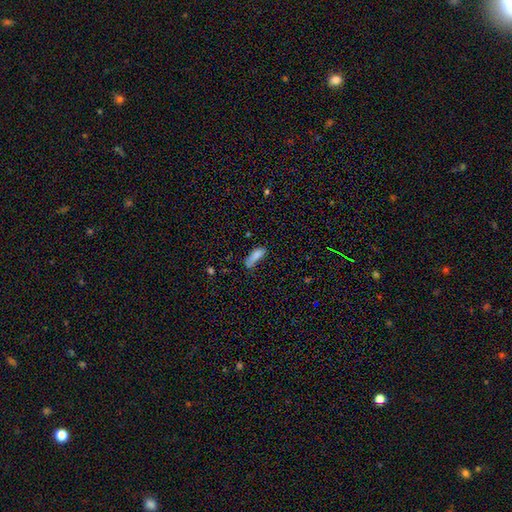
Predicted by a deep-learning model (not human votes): Smooth or featured?
  - smooth: 81% *
  - star or artifact: 9%
  - featured or disk: 9%
How rounded?
  - in between: 59% *
  - cigar-shaped: 38%
  - round: 2%
Merging?
  - none: 46% *
  - minor disturbance: 30%
  - major disturbance: 13%
  - merger: 11%